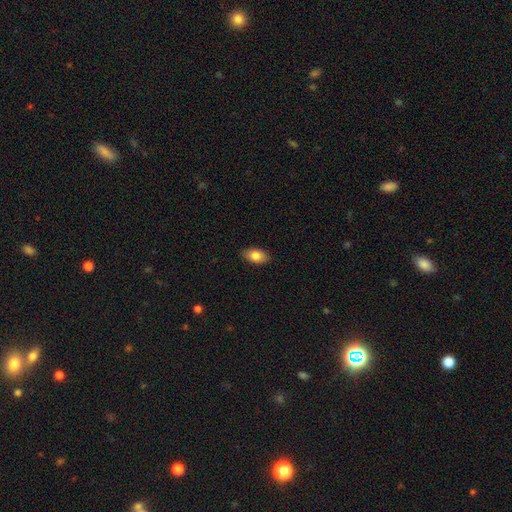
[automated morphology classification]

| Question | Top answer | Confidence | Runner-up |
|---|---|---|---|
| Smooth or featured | smooth | 82% | featured or disk (11%) |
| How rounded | in between | 91% | round (6%) |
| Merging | none | 88% | minor disturbance (9%) |